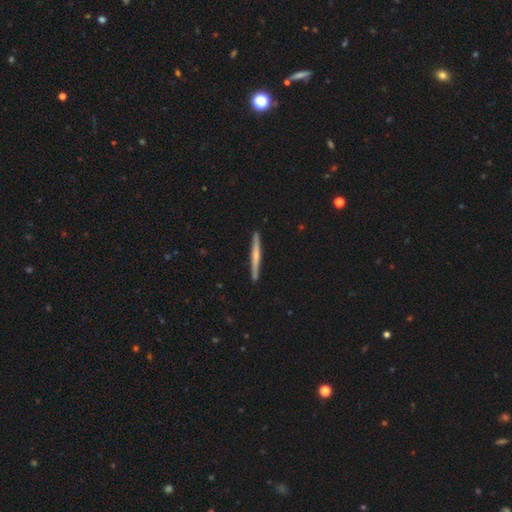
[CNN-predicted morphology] This is possibly a featured or disk galaxy (56%). It is clearly viewed edge-on (98%). Edge-on bulge: possibly rounded (50%). Merging: clearly none (91%).